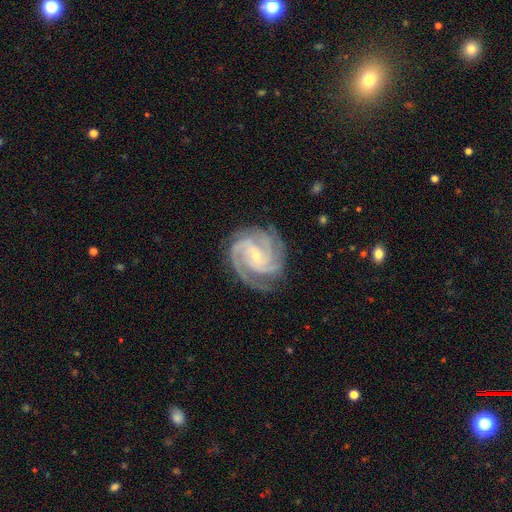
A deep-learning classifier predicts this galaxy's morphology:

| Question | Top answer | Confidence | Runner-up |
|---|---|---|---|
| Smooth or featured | featured or disk | 92% | star or artifact (4%) |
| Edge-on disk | no | 98% | yes (2%) |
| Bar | no | 43% | weak (39%) |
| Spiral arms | yes | 99% | no (1%) |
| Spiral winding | tight | 63% | medium (34%) |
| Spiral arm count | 3 | 46% | 4 (24%) |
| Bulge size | small | 77% | moderate (17%) |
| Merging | none | 79% | minor disturbance (15%) |